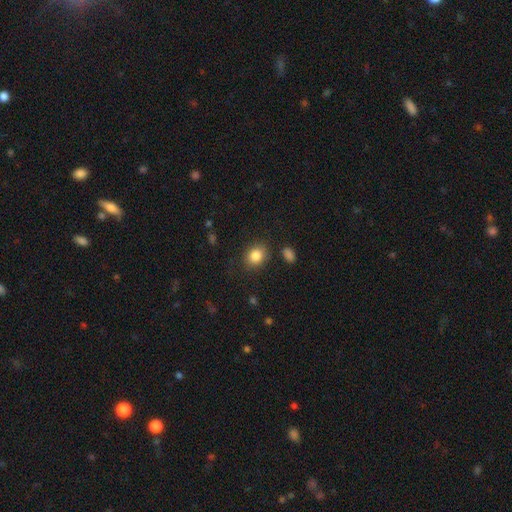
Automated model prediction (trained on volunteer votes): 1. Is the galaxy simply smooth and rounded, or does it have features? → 85% smooth, 9% star or artifact, 6% featured or disk.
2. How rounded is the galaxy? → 54% round, 45% in between, 1% cigar-shaped.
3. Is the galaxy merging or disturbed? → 82% none, 11% minor disturbance, 4% major disturbance, 3% merger.